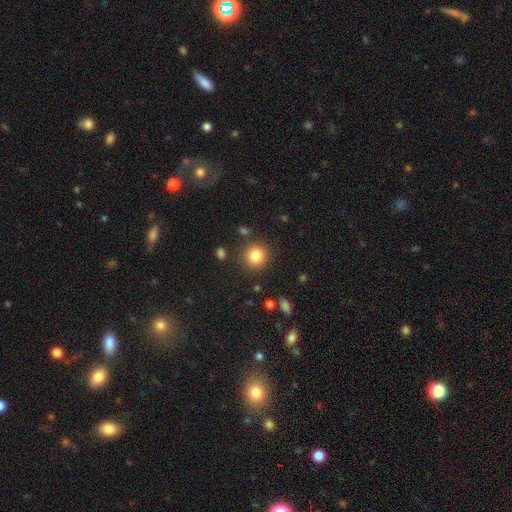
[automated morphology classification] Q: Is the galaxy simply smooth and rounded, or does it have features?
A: smooth — 83%.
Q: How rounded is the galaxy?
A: round — 92%.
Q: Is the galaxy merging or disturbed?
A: none — 87%.